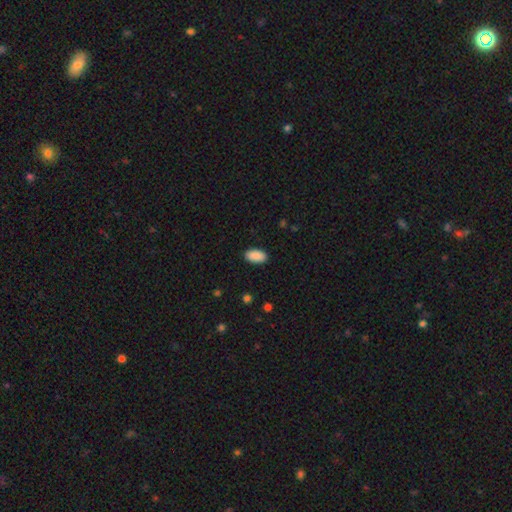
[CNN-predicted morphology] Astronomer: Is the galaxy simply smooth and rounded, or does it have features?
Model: smooth — 90%.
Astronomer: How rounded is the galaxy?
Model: in between — 95%.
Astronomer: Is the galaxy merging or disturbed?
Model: none — 89%.